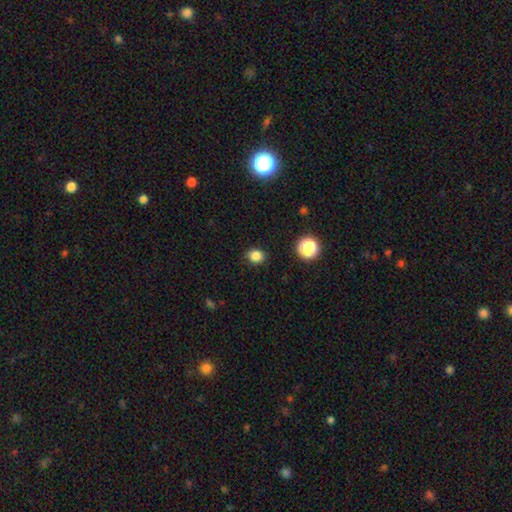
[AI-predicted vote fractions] Q: Smooth or featured?
A: smooth (84%); runner-up: star or artifact (13%)
Q: How rounded?
A: round (68%); runner-up: in between (31%)
Q: Merging?
A: none (89%); runner-up: minor disturbance (8%)